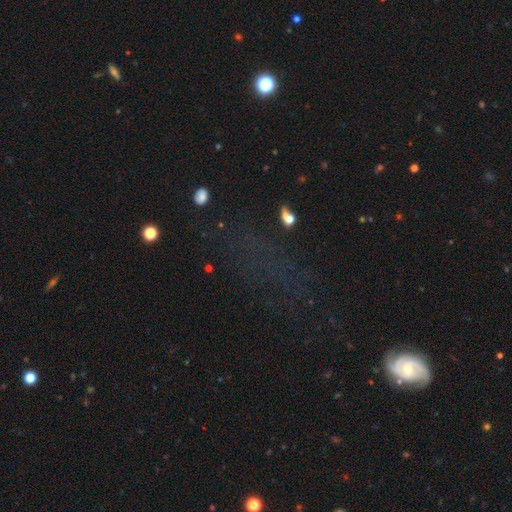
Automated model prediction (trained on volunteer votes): Smooth or featured? star or artifact (48%)